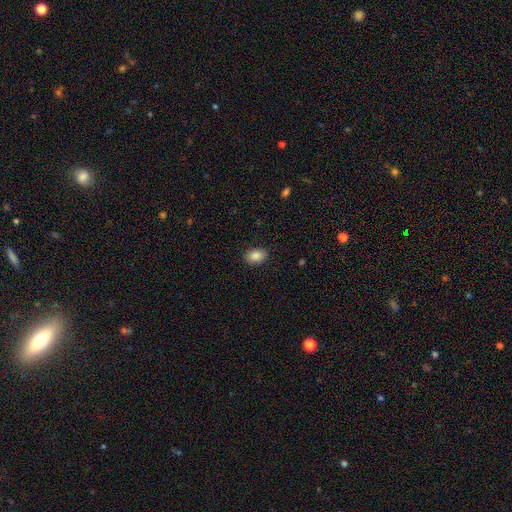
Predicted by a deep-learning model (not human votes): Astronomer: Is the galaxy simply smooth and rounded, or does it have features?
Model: smooth — 86%.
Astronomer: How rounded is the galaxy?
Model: in between — 82%.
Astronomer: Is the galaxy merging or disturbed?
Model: none — 89%.